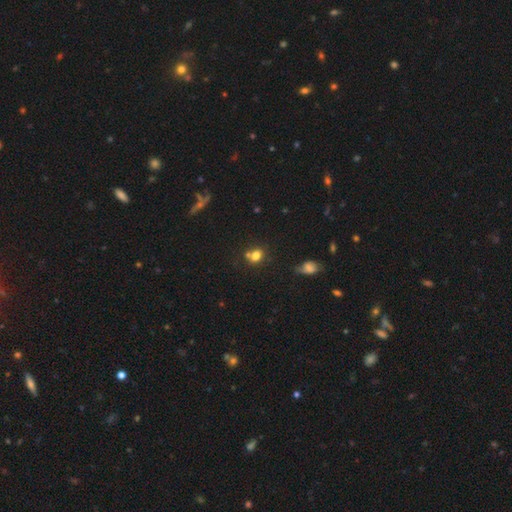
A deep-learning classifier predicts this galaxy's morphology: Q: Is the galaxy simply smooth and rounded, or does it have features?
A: smooth — 75%.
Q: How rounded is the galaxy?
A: round — 59%.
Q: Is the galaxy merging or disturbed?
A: none — 55%.